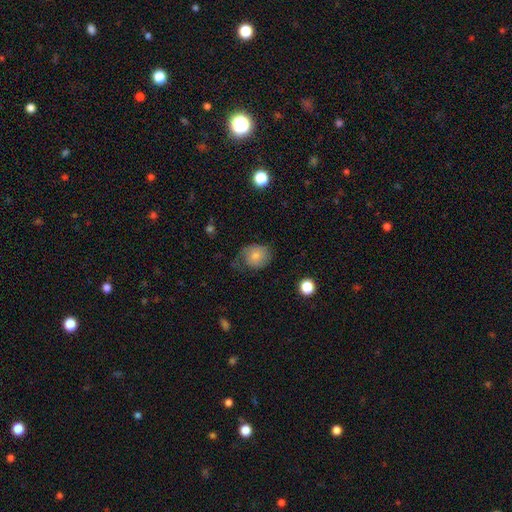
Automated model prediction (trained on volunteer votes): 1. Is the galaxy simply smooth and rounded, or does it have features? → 76% smooth, 15% featured or disk, 9% star or artifact.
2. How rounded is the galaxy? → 61% round, 38% in between, 1% cigar-shaped.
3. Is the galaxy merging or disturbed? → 53% none, 31% minor disturbance, 14% major disturbance, 2% merger.